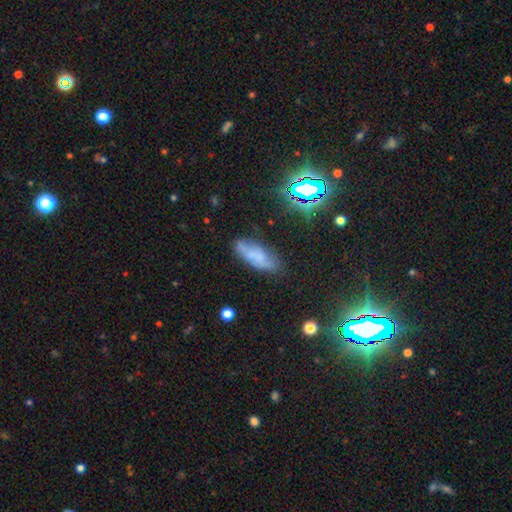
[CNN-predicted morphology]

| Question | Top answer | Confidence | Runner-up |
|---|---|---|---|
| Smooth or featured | smooth | 51% | featured or disk (33%) |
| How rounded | in between | 72% | cigar-shaped (25%) |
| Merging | none | 66% | minor disturbance (23%) |